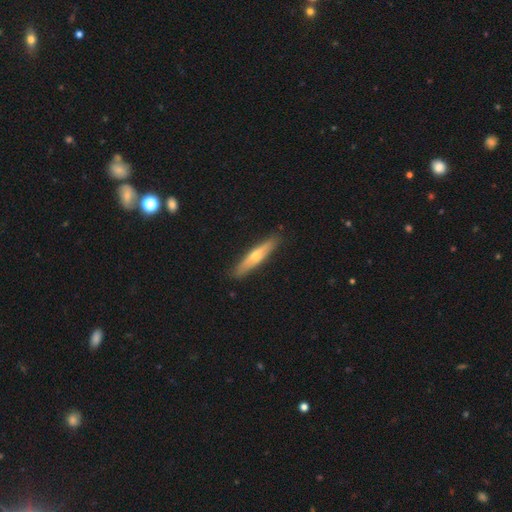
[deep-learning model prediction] smooth_or_featured: featured or disk (p=0.52) [alt: smooth p=0.43]
disk_edge_on: yes (p=0.90) [alt: no p=0.10]
merging: none (p=0.89) [alt: minor disturbance p=0.09]